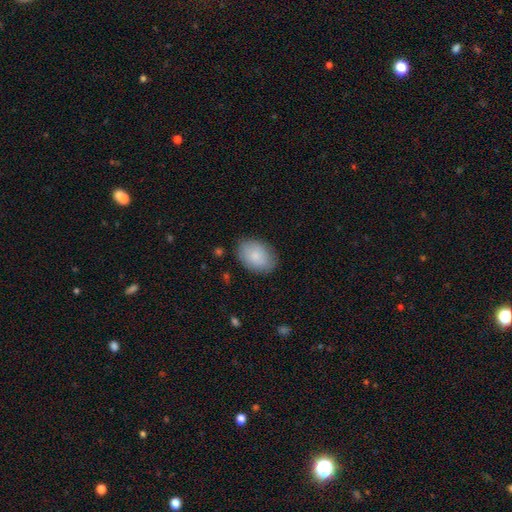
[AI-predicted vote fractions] Overall: smooth (86%). How rounded: in between (83%). Merging: none (84%).